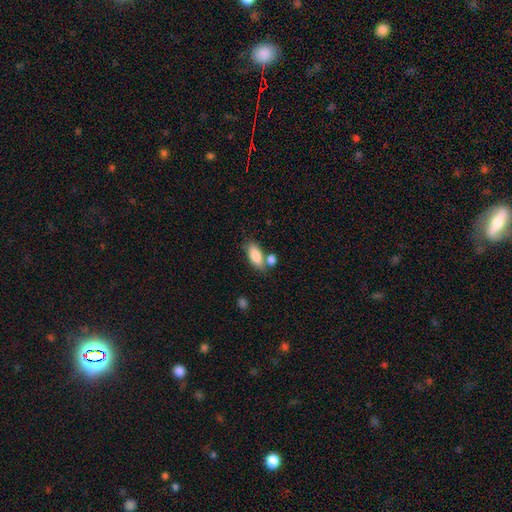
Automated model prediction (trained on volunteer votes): A smooth galaxy with no disk features (83%) that is in between round and cigar-shaped (86%). Merging: none (58%).